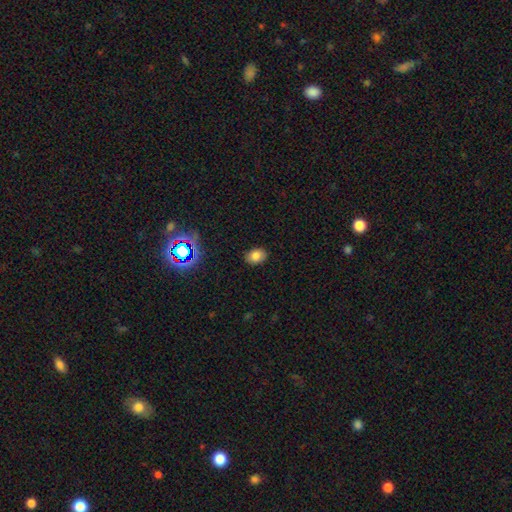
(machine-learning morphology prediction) The model was most divided on "how rounded": in between: 71%, round: 28%, cigar-shaped: 1%. More confident: merging — none (87%); smooth or featured — smooth (80%).